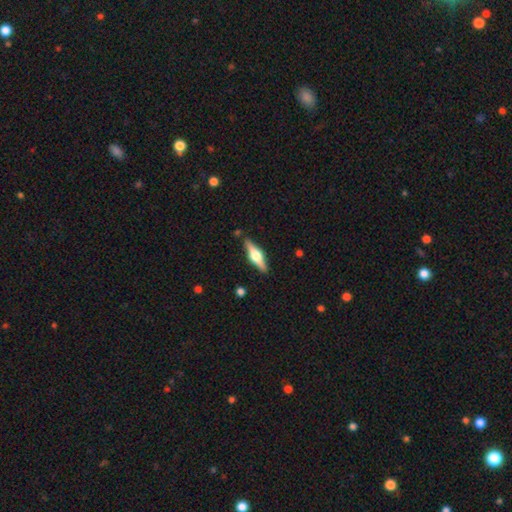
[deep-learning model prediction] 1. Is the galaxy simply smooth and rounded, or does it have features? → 67% featured or disk, 27% smooth, 5% star or artifact.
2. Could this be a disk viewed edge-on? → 96% yes, 4% no.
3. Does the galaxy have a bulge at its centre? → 94% rounded, 5% boxy, 1% none.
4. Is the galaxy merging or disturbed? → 88% none, 9% minor disturbance, 2% major disturbance, 2% merger.